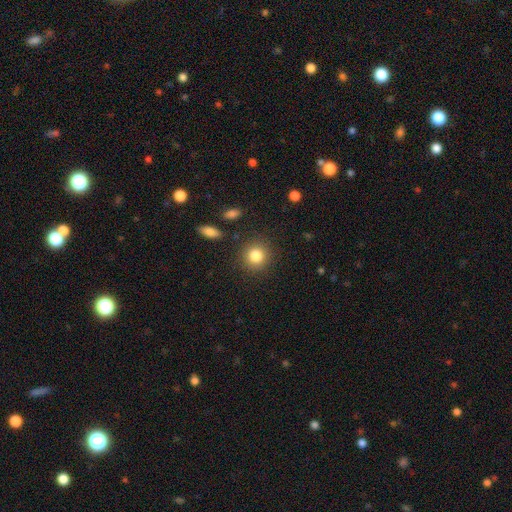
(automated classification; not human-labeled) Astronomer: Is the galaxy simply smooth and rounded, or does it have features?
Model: smooth — 83%.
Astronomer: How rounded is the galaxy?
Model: round — 90%.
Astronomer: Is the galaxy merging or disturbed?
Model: none — 88%.